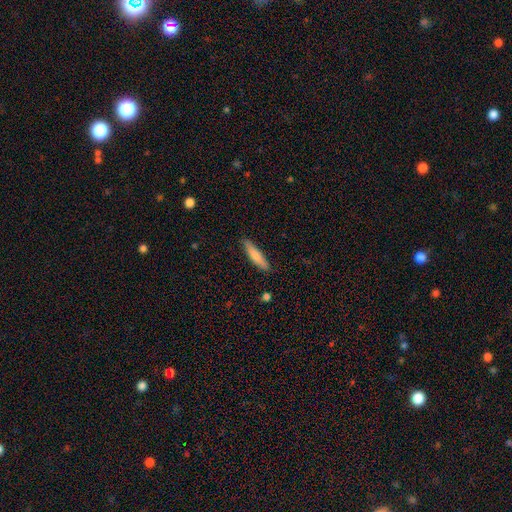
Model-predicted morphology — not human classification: smooth 75%, featured or disk 19%, star or artifact 6%. Down the decision tree: how rounded — cigar-shaped (80%); merging — none (88%).